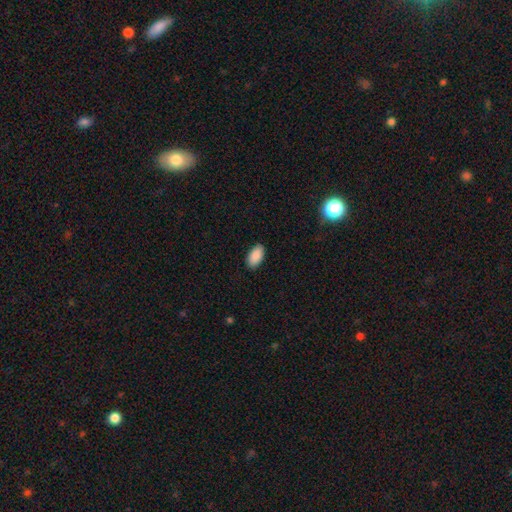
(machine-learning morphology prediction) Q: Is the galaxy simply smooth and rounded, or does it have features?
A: smooth — 90%.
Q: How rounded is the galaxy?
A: in between — 95%.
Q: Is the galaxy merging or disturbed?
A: none — 89%.